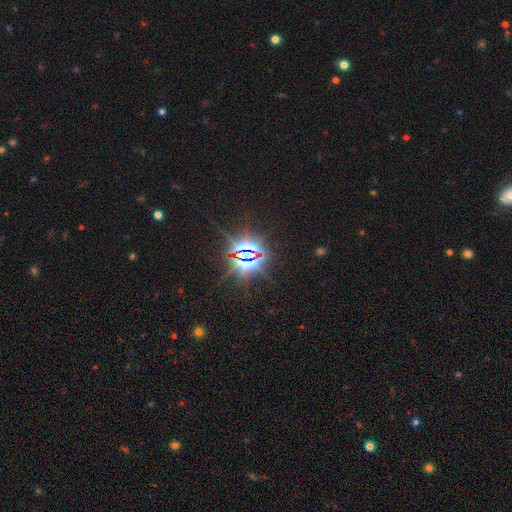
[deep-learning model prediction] This appears to be a star or artifact, not a galaxy (85%).